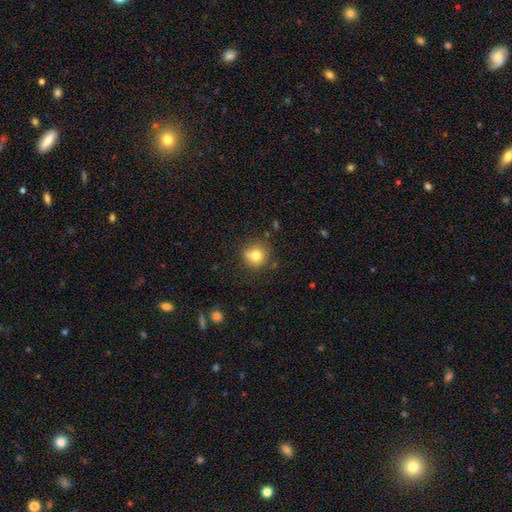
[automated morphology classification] Smooth or featured: smooth — 76% (star or artifact — 13%)
How rounded: round — 91% (in between — 8%)
Merging: none — 73% (minor disturbance — 14%)